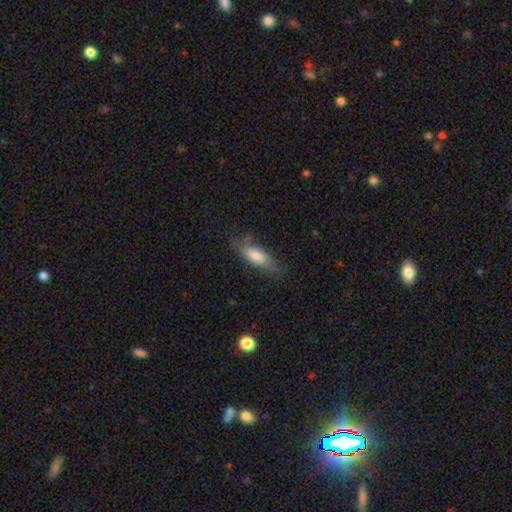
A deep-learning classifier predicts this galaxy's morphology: This appears to be a smooth galaxy with no disk features (70%) that is in between round and cigar-shaped (54%). Merging: none (64%).